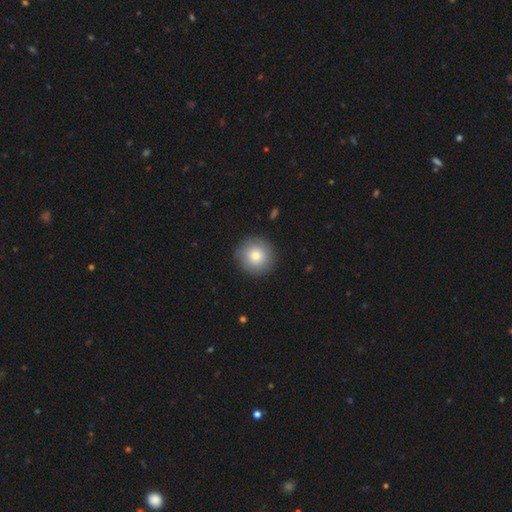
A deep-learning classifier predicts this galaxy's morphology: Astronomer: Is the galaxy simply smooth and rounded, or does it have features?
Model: smooth — 79%.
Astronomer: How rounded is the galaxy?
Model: round — 96%.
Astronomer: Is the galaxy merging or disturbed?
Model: none — 90%.